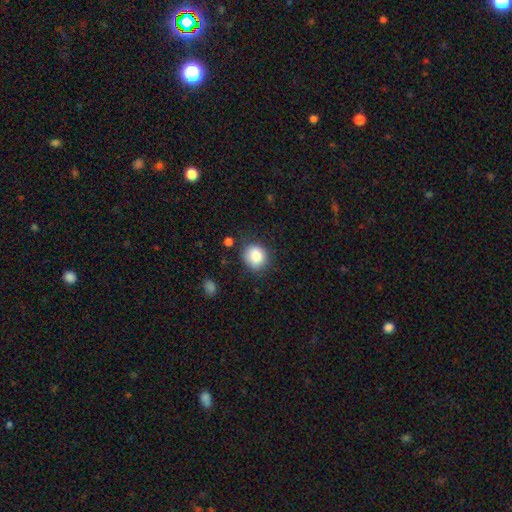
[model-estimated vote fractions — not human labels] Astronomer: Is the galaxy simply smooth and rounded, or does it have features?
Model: smooth — 85%.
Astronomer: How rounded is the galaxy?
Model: round — 79%.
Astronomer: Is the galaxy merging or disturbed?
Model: none — 76%.